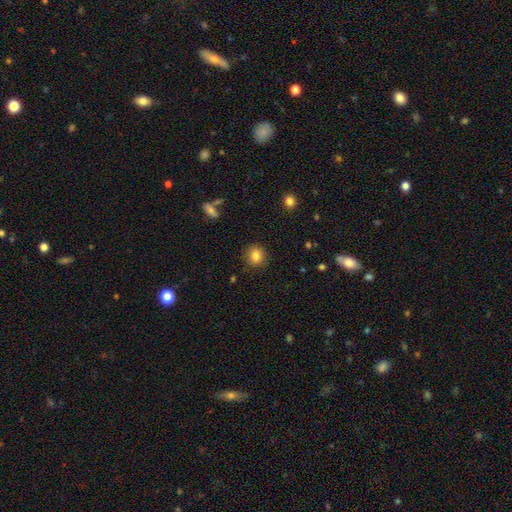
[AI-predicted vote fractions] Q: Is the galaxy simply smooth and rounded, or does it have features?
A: smooth — 83%.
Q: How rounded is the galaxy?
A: round — 84%.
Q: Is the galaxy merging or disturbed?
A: none — 88%.